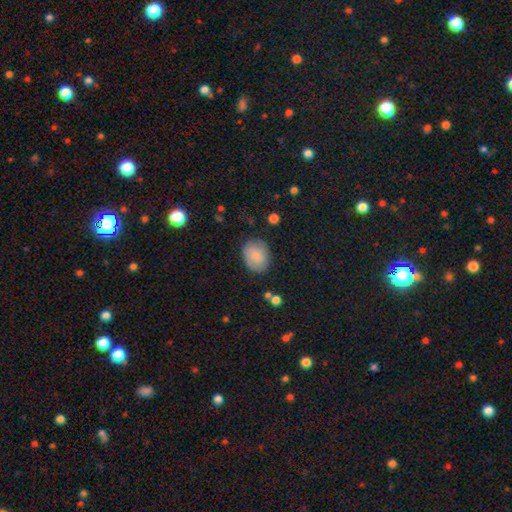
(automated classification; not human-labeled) Smooth or featured?
  - smooth: 68% *
  - featured or disk: 25%
  - star or artifact: 8%
How rounded?
  - in between: 64% *
  - round: 35%
  - cigar-shaped: 1%
Merging?
  - none: 78% *
  - minor disturbance: 16%
  - major disturbance: 4%
  - merger: 2%